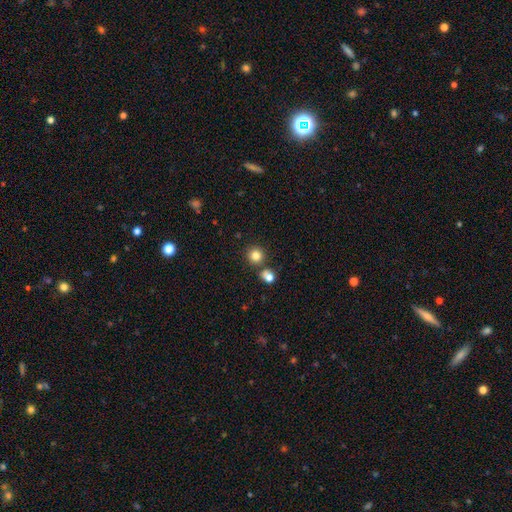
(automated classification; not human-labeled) Morphology: type=smooth (82%); roundness=round (91%); merging=none (77%).